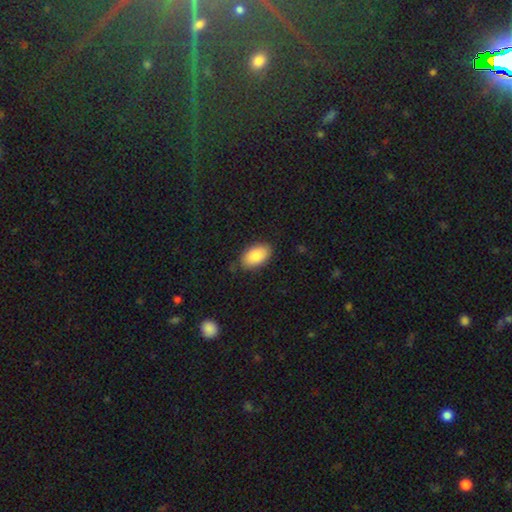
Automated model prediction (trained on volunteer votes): This appears to be a smooth galaxy with no disk features (86%) that is in between round and cigar-shaped (94%). Merging: none (84%).